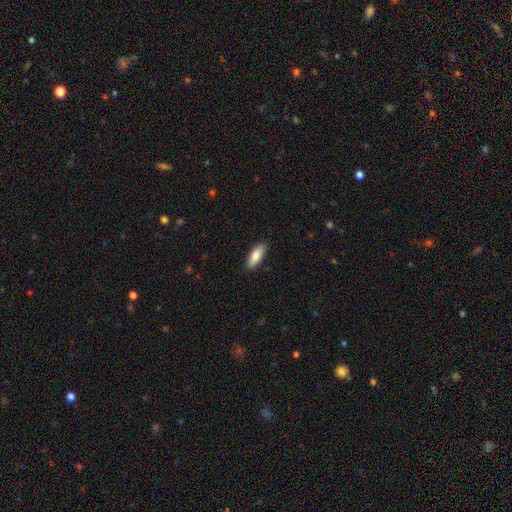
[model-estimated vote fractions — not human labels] Q: Smooth or featured?
A: smooth (84%); runner-up: featured or disk (10%)
Q: How rounded?
A: in between (69%); runner-up: cigar-shaped (29%)
Q: Merging?
A: none (89%); runner-up: minor disturbance (9%)